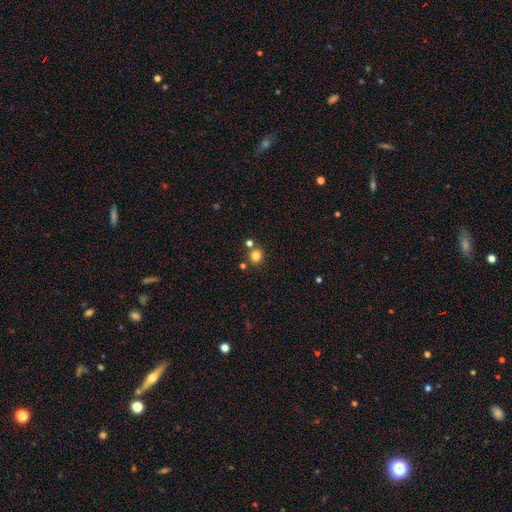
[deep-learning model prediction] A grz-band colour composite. It shows a smooth galaxy with no disk features (80%) that is round (89%). Merging: none (76%).